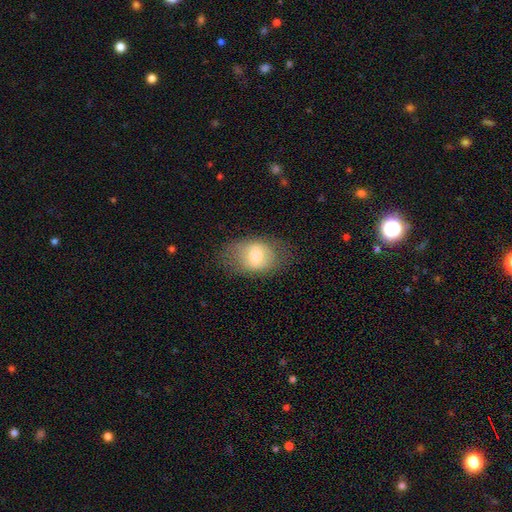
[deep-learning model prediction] smooth 66%, featured or disk 26%, star or artifact 8%. Down the decision tree: how rounded — in between (83%); merging — none (73%).